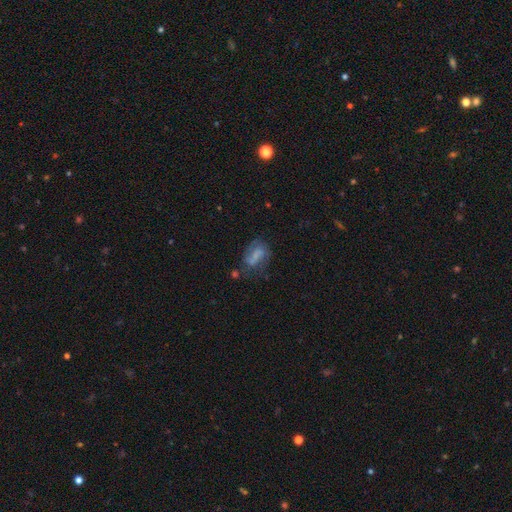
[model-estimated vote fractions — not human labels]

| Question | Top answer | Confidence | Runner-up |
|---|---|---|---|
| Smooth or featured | smooth | 46% | featured or disk (43%) |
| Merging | none | 45% | minor disturbance (26%) |